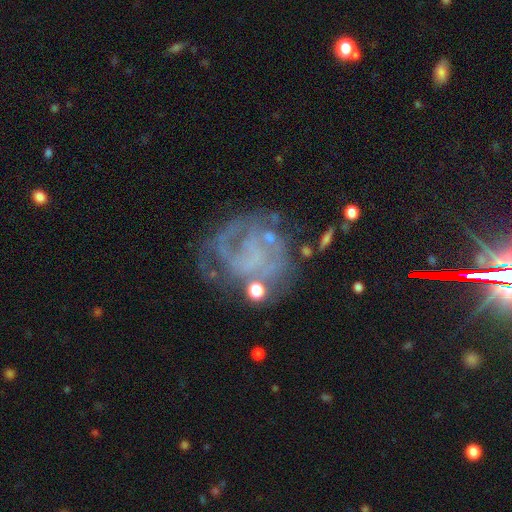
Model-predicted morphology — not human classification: Smooth or featured?
  - featured or disk: 72% *
  - smooth: 14%
  - star or artifact: 14%
Edge-on disk?
  - no: 98% *
  - yes: 2%
Bar?
  - no: 75% *
  - weak: 19%
  - strong: 6%
Spiral arms?
  - yes: 66% *
  - no: 34%
Bulge size?
  - none: 71% *
  - small: 18%
  - moderate: 8%
  - large: 2%
  - dominant: 1%
Merging?
  - none: 54% *
  - major disturbance: 23%
  - minor disturbance: 19%
  - merger: 4%